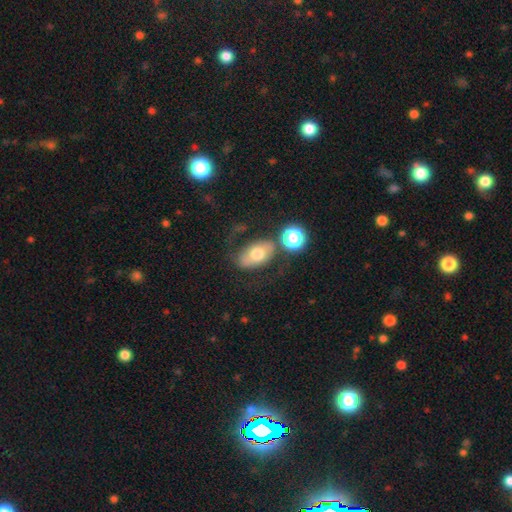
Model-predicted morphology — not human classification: smooth_or_featured: smooth (p=0.59) [alt: featured or disk p=0.31]
how_rounded: in between (p=0.86) [alt: round p=0.12]
merging: none (p=0.55) [alt: minor disturbance p=0.19]